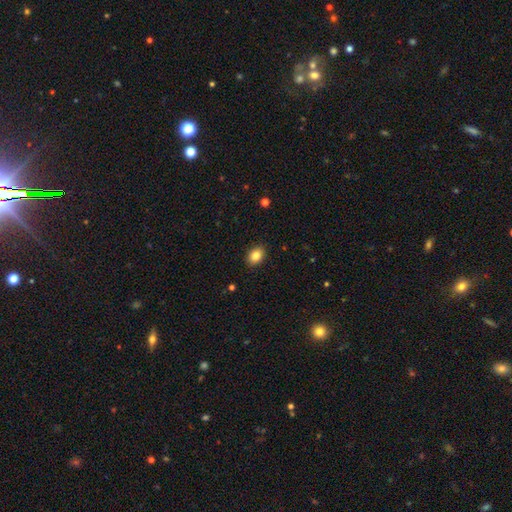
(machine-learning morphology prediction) A smooth galaxy with no disk features (84%) that is in between round and cigar-shaped (71%). Merging: none (89%).